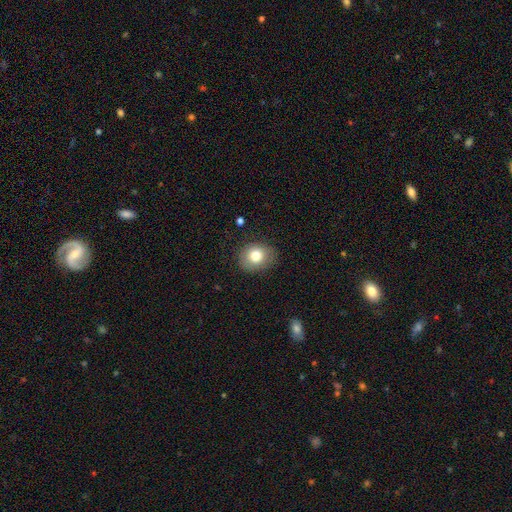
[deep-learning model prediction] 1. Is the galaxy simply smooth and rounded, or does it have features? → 78% smooth, 12% featured or disk, 10% star or artifact.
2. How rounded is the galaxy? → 58% round, 41% in between, 1% cigar-shaped.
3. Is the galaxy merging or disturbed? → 82% none, 13% minor disturbance, 4% major disturbance, 1% merger.